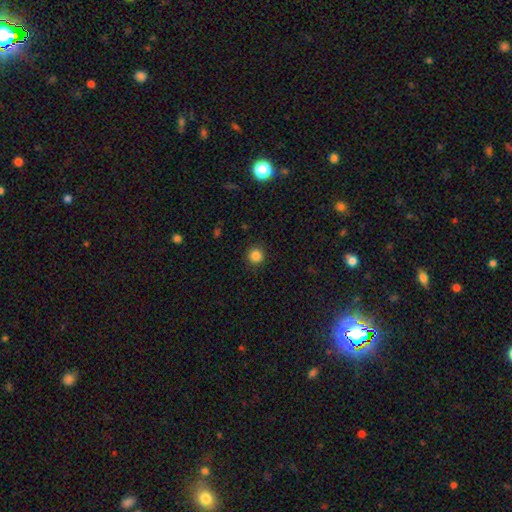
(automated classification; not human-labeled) This is clearly a smooth galaxy (85%). How rounded: clearly round (94%). Merging: clearly none (91%).